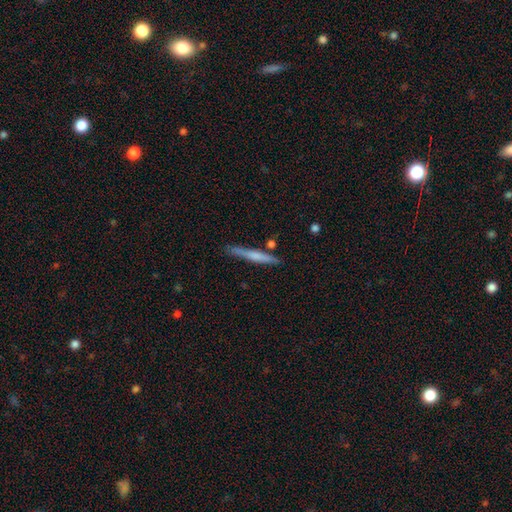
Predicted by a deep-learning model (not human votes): Smooth or featured? smooth (51%)
How rounded? cigar-shaped (95%)
Merging? none (83%)